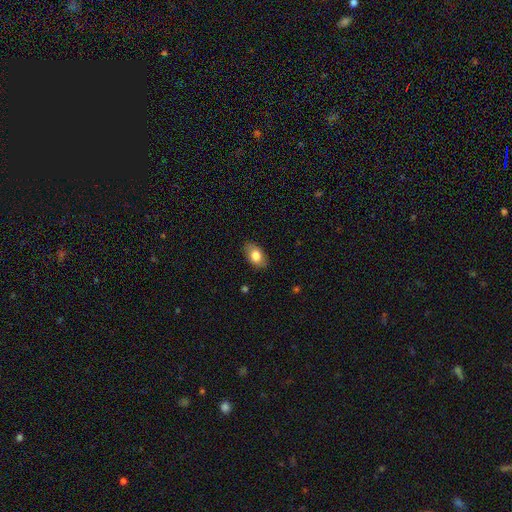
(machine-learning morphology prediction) smooth 79%, featured or disk 14%, star or artifact 7%. Down the decision tree: how rounded — in between (90%); merging — none (85%).